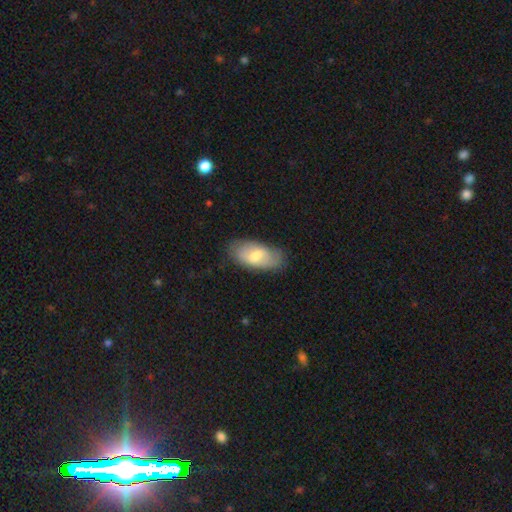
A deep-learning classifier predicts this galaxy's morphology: smooth_or_featured: smooth (p=0.60) [alt: featured or disk p=0.34]
how_rounded: in between (p=0.92) [alt: cigar-shaped p=0.04]
merging: none (p=0.76) [alt: minor disturbance p=0.18]